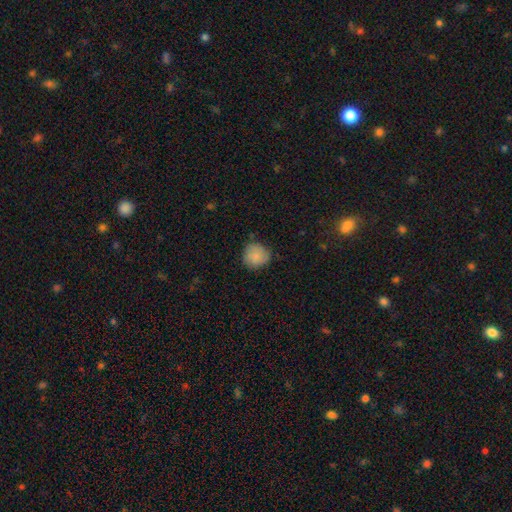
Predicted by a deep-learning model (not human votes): smooth_or_featured: smooth (p=0.86) [alt: star or artifact p=0.07]
how_rounded: round (p=0.88) [alt: in between p=0.11]
merging: none (p=0.77) [alt: minor disturbance p=0.18]